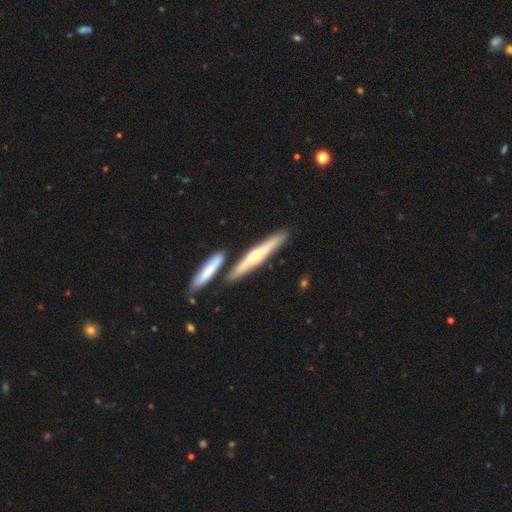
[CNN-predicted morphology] This appears to be a featured or disk galaxy (48%). Merging: none (75%).